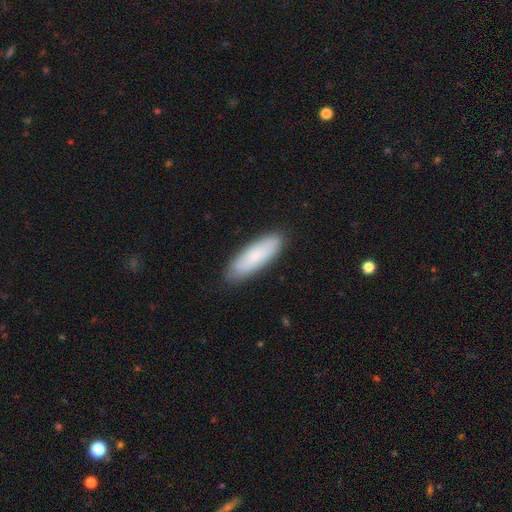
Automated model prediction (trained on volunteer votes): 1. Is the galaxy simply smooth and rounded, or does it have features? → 79% smooth, 16% featured or disk, 6% star or artifact.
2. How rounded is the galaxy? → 51% in between, 47% cigar-shaped, 2% round.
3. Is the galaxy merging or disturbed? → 87% none, 10% minor disturbance, 2% major disturbance, 1% merger.